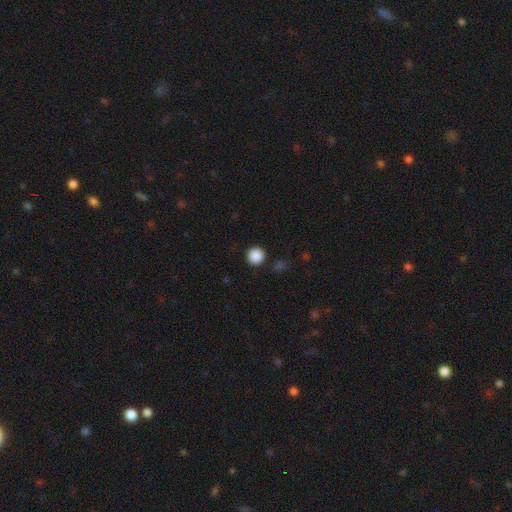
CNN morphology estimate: smooth 88%, star or artifact 9%, featured or disk 2%. Down the decision tree: how rounded — round (95%); merging — none (92%).